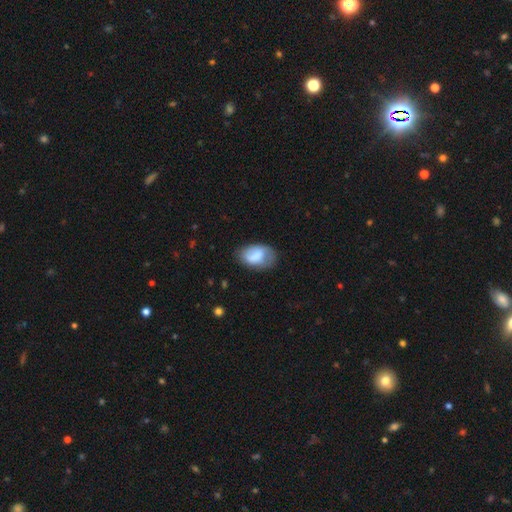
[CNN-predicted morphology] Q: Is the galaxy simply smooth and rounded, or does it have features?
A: smooth — 72%.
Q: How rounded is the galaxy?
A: in between — 89%.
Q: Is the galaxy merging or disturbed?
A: none — 58%.